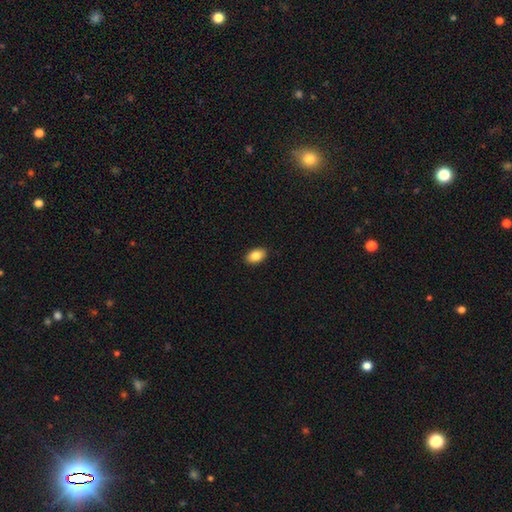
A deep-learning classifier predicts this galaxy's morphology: Smooth or featured? smooth (85%)
How rounded? in between (88%)
Merging? none (90%)